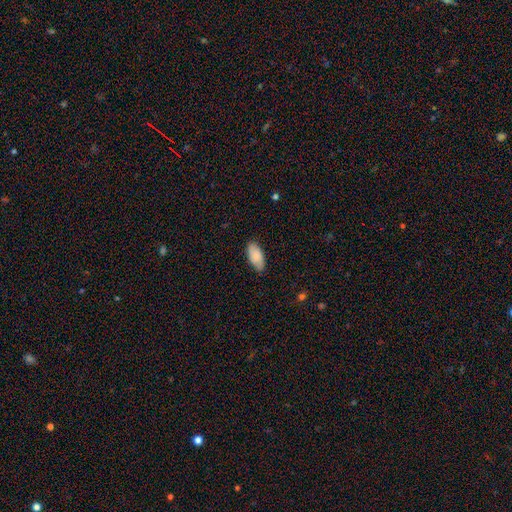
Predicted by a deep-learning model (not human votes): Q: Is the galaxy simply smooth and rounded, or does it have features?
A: smooth — 85%.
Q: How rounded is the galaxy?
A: in between — 91%.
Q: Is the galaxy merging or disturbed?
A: none — 80%.